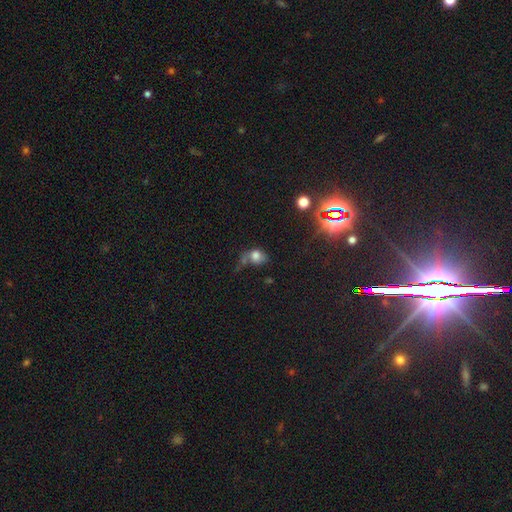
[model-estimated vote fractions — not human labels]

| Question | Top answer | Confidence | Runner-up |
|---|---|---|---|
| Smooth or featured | smooth | 66% | featured or disk (18%) |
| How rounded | in between | 56% | round (43%) |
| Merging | major disturbance | 33% | none (27%) |